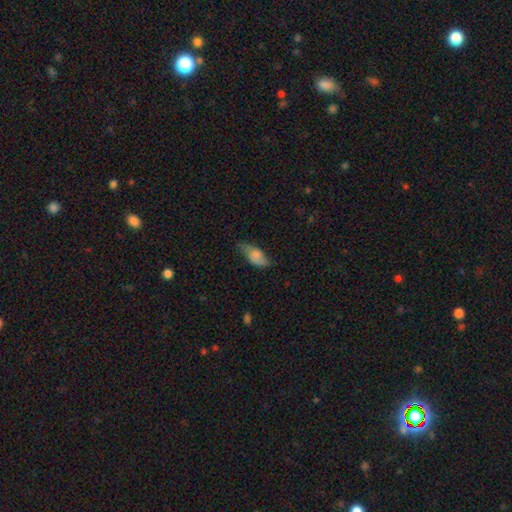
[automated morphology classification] type=smooth (66%); roundness=in between (88%); merging=none (52%).